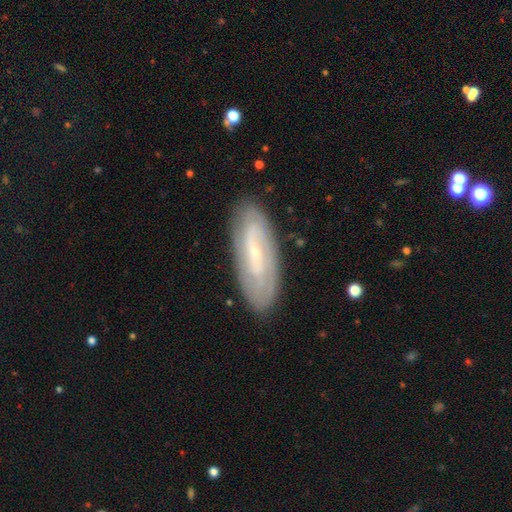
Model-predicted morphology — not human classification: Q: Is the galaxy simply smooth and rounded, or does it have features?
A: featured or disk — 64%.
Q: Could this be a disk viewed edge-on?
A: no — 81%.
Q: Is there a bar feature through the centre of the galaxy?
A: weak — 44%.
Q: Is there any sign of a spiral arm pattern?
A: yes — 73%.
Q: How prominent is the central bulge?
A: small — 74%.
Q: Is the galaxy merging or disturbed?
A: none — 85%.